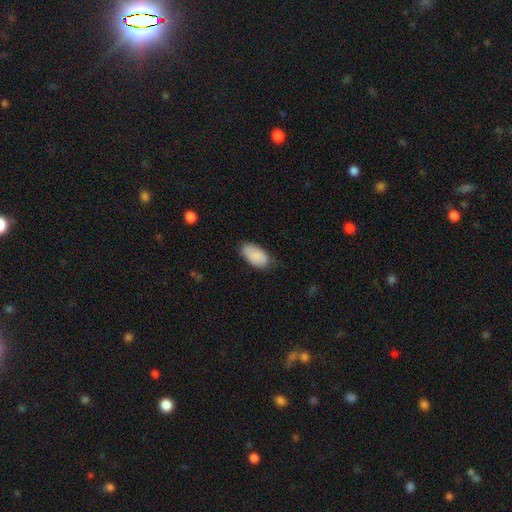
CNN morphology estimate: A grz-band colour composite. It shows a smooth galaxy with no disk features (87%) that is in between round and cigar-shaped (95%). Merging: none (68%).